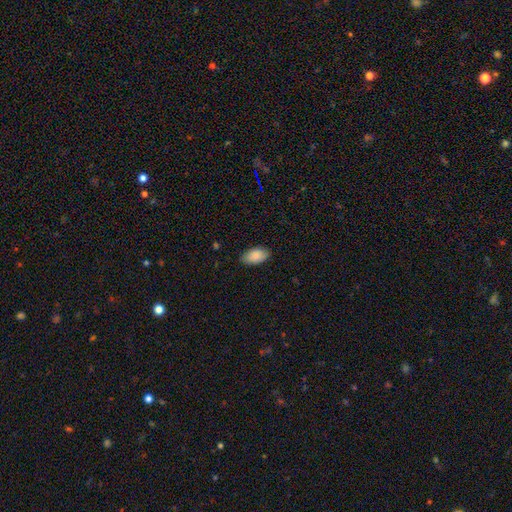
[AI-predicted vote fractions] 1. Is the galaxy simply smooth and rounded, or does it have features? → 87% smooth, 7% star or artifact, 6% featured or disk.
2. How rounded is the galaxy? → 94% in between, 4% round, 2% cigar-shaped.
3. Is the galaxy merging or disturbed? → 86% none, 11% minor disturbance, 2% major disturbance, 1% merger.